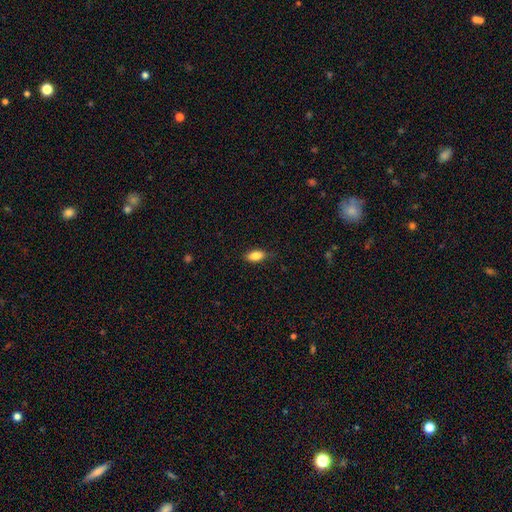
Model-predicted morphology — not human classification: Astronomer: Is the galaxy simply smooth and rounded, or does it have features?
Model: smooth — 84%.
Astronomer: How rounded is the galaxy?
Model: in between — 87%.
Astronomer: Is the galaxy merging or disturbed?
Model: none — 76%.